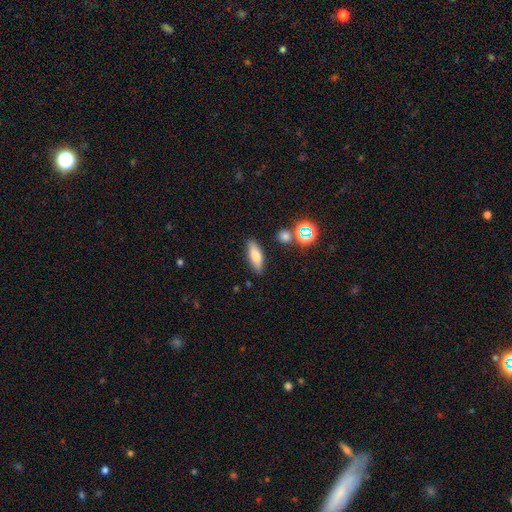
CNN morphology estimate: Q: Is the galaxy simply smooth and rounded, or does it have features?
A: smooth — 72%.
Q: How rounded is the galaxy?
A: in between — 55%.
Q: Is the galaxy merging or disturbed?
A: none — 84%.